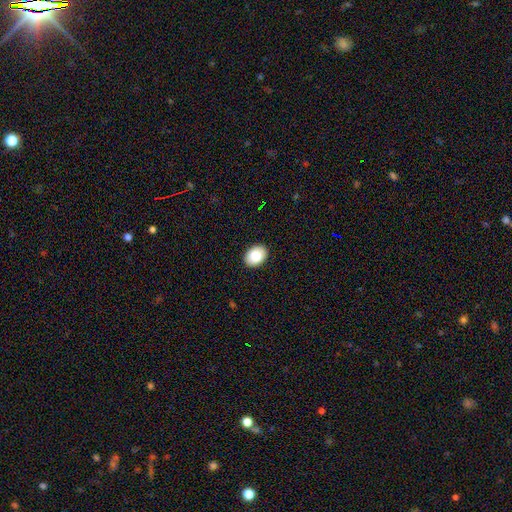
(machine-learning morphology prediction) A smooth galaxy with no disk features (84%) that is in between round and cigar-shaped (72%).

Vote fractions:
- Smooth or featured? smooth: 84% / featured or disk: 9% / star or artifact: 7%
- How rounded? in between: 72% / round: 27% / cigar-shaped: 1%
- Merging? none: 91% / minor disturbance: 7% / major disturbance: 2% / merger: 1%